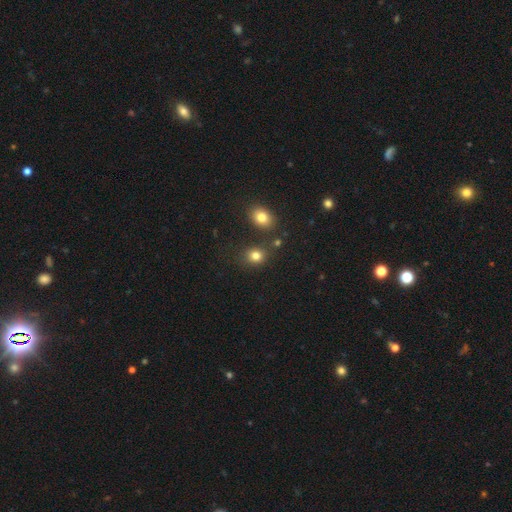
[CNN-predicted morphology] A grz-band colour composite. It shows a smooth galaxy with no disk features (80%) that is round (65%). Merging: none (75%).